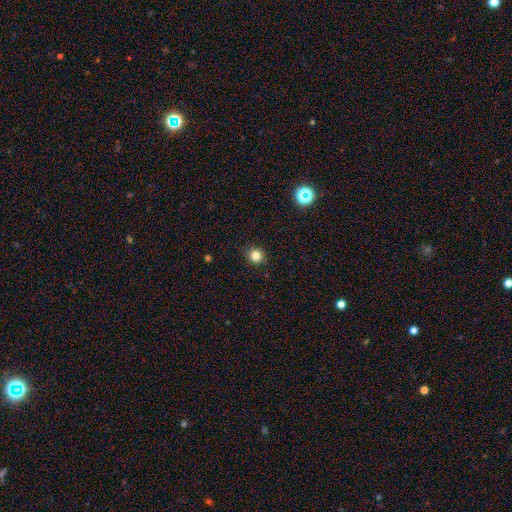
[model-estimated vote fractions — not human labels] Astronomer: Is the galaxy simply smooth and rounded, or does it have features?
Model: smooth — 81%.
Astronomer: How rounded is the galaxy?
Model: round — 91%.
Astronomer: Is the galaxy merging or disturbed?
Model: none — 91%.